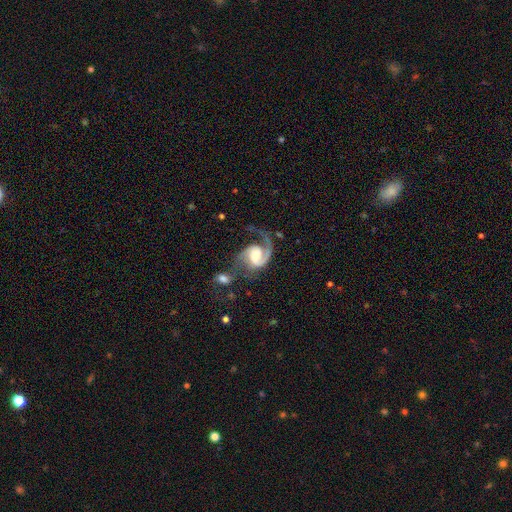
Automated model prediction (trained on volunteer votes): Morphology: type=featured or disk (90%); edge-on=no (98%); bar=weak (45%); spiral arms=yes (98%); winding=medium (51%); arm count=2 (61%); bulge=moderate (54%); merging=none (41%).